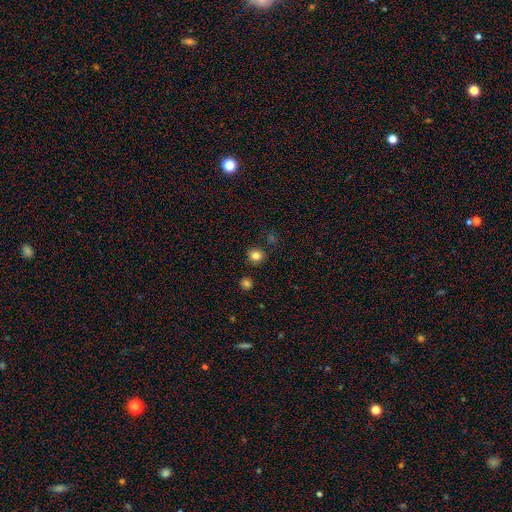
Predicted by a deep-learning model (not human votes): This appears to be a smooth galaxy with no disk features (83%) that is round (79%). Merging: none (86%).